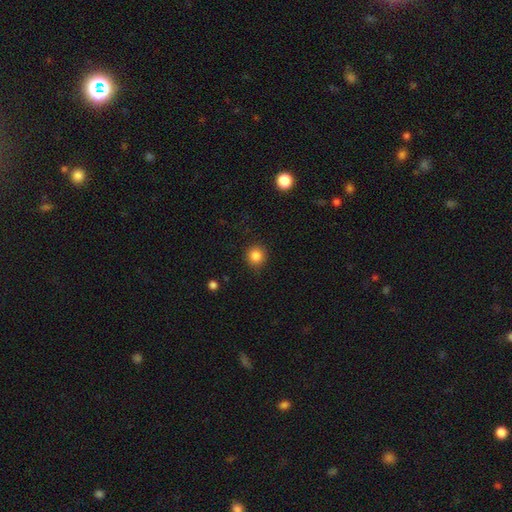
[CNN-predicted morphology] type=smooth (86%); roundness=round (92%); merging=none (89%).